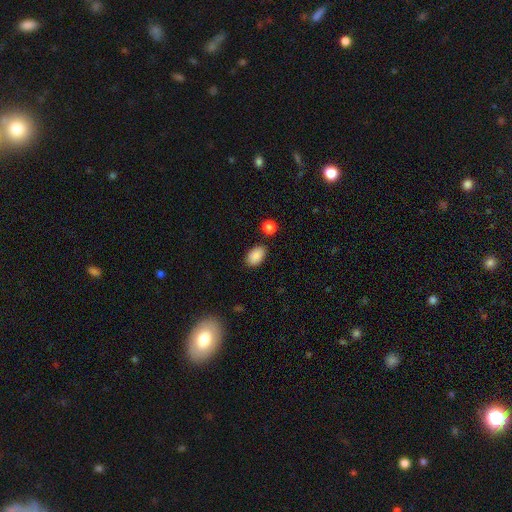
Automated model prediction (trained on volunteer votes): Q: Smooth or featured?
A: smooth (88%); runner-up: star or artifact (8%)
Q: How rounded?
A: in between (90%); runner-up: round (8%)
Q: Merging?
A: none (82%); runner-up: minor disturbance (13%)